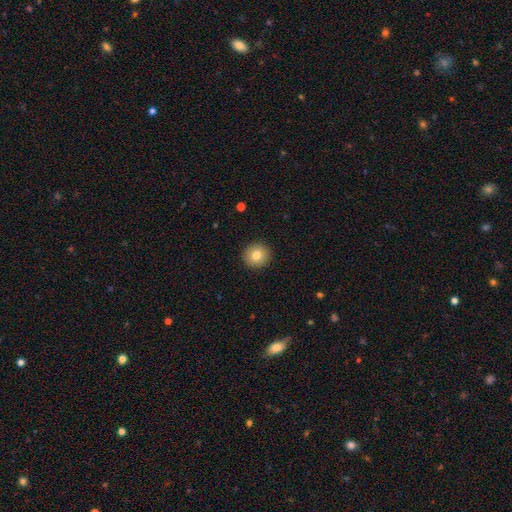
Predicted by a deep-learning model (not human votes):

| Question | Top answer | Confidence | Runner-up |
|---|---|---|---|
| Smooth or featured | smooth | 80% | featured or disk (10%) |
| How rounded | round | 94% | in between (5%) |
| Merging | none | 93% | minor disturbance (5%) |